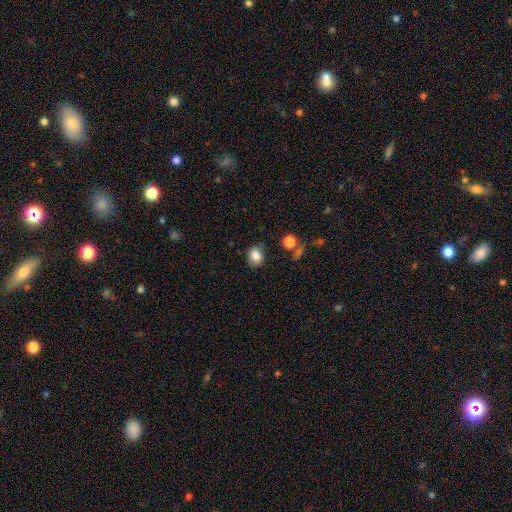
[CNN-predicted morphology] type=smooth (81%); roundness=in between (52%); merging=none (80%).